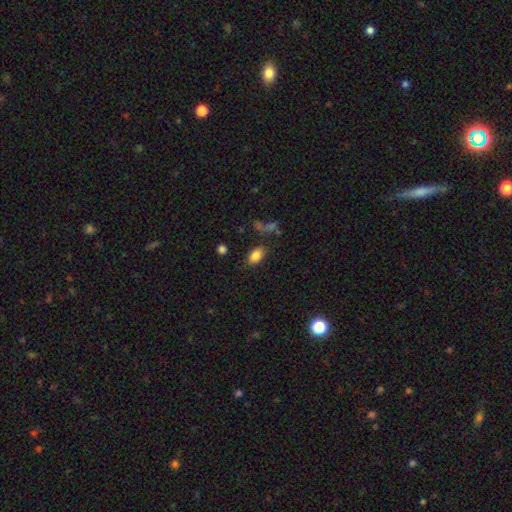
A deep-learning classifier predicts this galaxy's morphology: This is clearly a smooth galaxy (84%). How rounded: clearly in between (88%). Merging: likely none (79%).